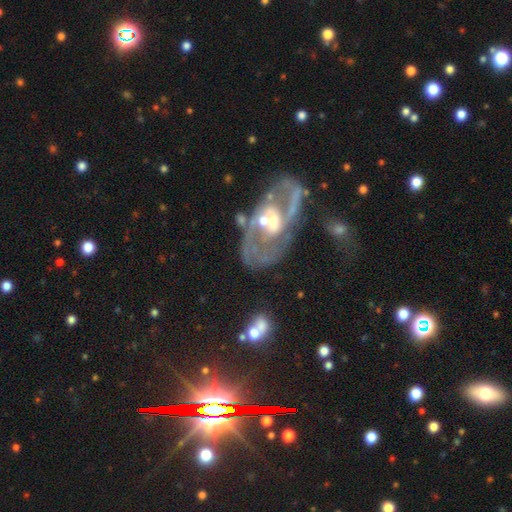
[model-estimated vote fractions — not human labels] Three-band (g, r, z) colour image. It shows a featured or disk galaxy (81%) with no bar (45%), 2 (70%) medium (46%) spiral arms (78%) and a moderate central bulge (49%). Merging: none (48%).